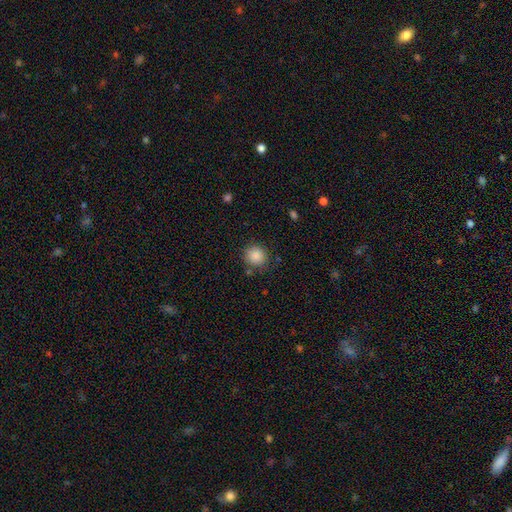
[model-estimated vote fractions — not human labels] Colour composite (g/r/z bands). It shows a smooth galaxy with no disk features (87%) that is round (89%). Merging: none (84%).